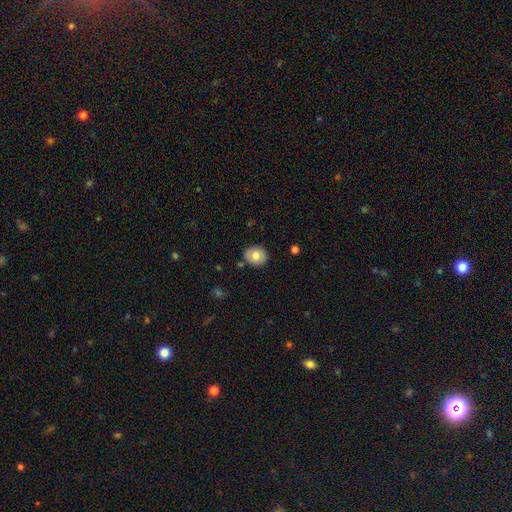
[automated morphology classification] Smooth or featured?
  - smooth: 75% *
  - featured or disk: 17%
  - star or artifact: 8%
How rounded?
  - round: 70% *
  - in between: 29%
  - cigar-shaped: 1%
Merging?
  - none: 85% *
  - minor disturbance: 10%
  - merger: 2%
  - major disturbance: 2%